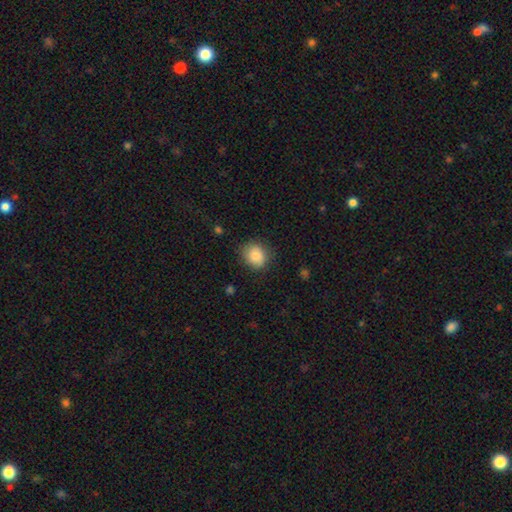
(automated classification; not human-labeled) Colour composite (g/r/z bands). It shows a smooth galaxy with no disk features (87%) that is round (68%). Merging: none (78%).